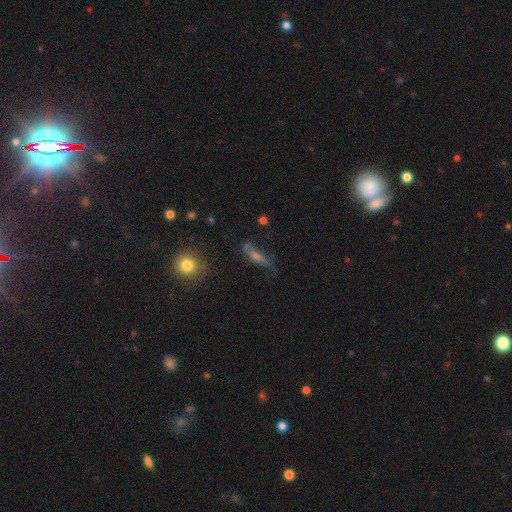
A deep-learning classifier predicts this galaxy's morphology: Q: Smooth or featured?
A: featured or disk (46%); runner-up: smooth (38%)
Q: Merging?
A: none (63%); runner-up: minor disturbance (21%)